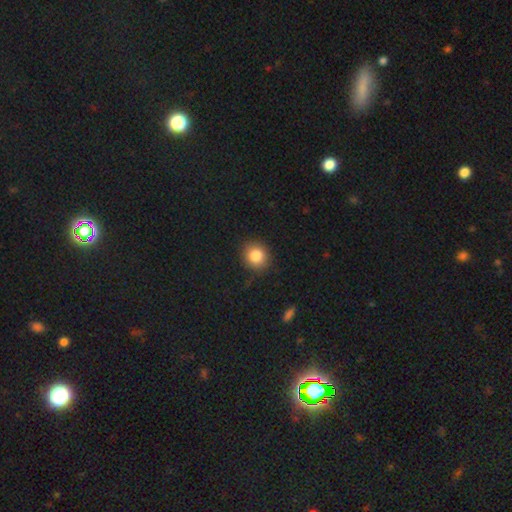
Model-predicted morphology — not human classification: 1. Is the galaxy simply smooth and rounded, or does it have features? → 83% smooth, 11% star or artifact, 6% featured or disk.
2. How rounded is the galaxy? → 82% round, 17% in between, 1% cigar-shaped.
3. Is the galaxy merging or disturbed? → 86% none, 10% minor disturbance, 3% major disturbance, 1% merger.